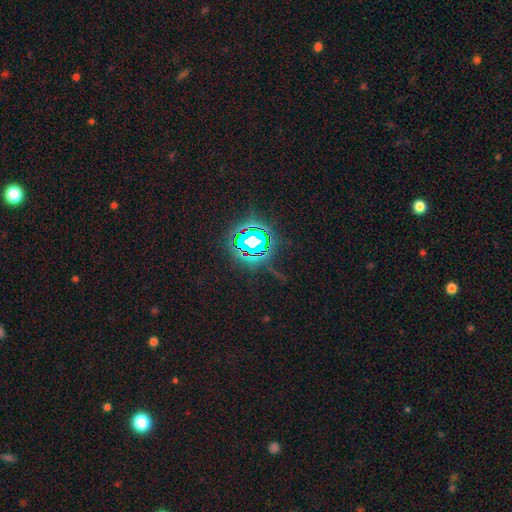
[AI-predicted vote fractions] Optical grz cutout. It shows a star or artifact, not a galaxy (85%).